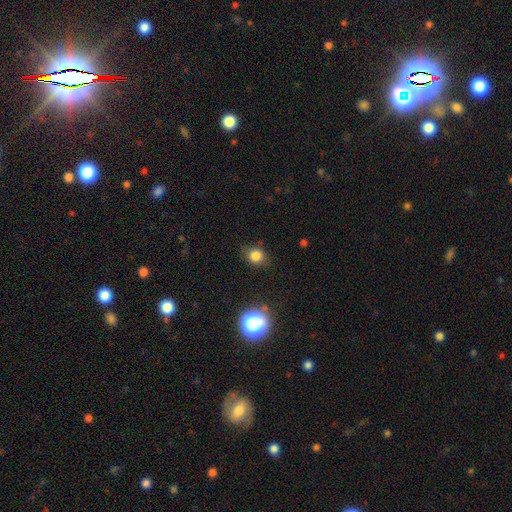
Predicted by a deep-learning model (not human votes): Q: Smooth or featured?
A: smooth (80%); runner-up: star or artifact (15%)
Q: How rounded?
A: round (72%); runner-up: in between (27%)
Q: Merging?
A: none (81%); runner-up: minor disturbance (14%)